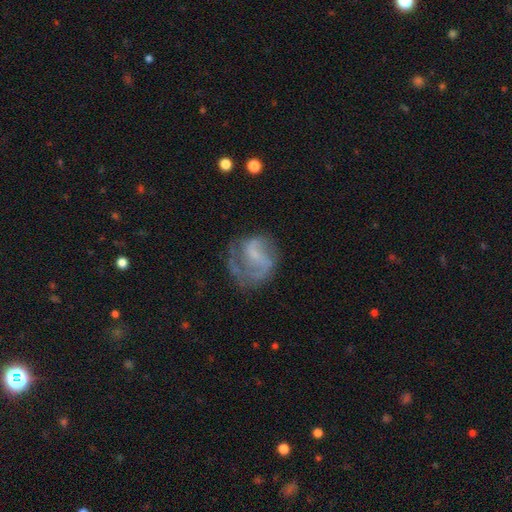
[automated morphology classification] Smooth or featured? Predicted: featured or disk (p=0.73). Edge-on disk? Predicted: no (p=0.98). Bar? Predicted: weak (p=0.48). Spiral arms? Predicted: yes (p=0.84). Spiral winding? Predicted: medium (p=0.42). Spiral arm count? Predicted: 2 (p=0.48). Bulge size? Predicted: small (p=0.42). Merging? Predicted: none (p=0.52).